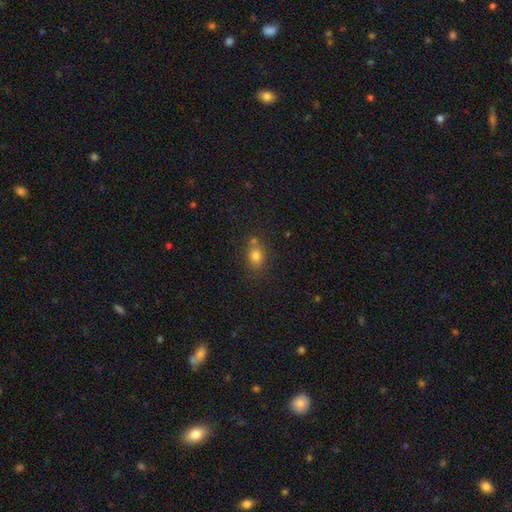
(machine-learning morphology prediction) A smooth galaxy with no disk features (74%) that is round (52%).

Vote fractions:
- Smooth or featured? smooth: 74% / star or artifact: 17% / featured or disk: 9%
- How rounded? round: 52% / in between: 47% / cigar-shaped: 2%
- Merging? none: 68% / merger: 16% / minor disturbance: 13% / major disturbance: 4%